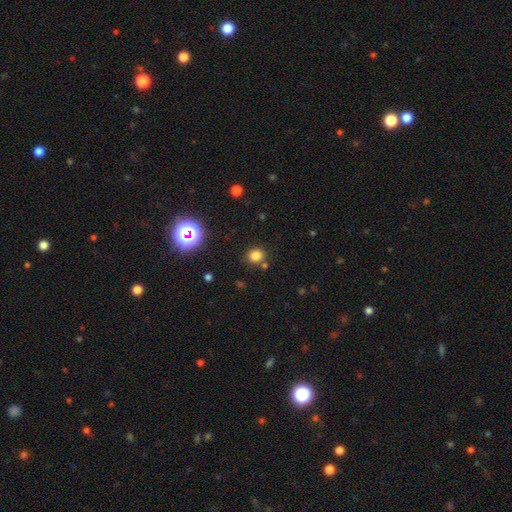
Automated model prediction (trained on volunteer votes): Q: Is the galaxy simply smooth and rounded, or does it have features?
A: smooth — 78%.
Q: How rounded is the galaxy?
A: round — 77%.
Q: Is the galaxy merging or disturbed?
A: none — 81%.